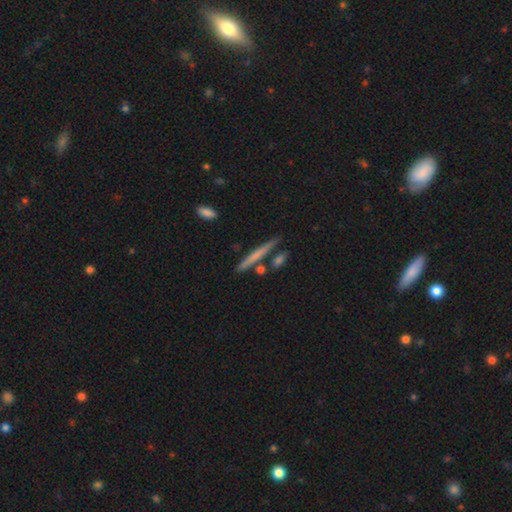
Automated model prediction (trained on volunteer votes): A smooth galaxy with no disk features (55%) that is cigar-shaped (94%). Merging: none (78%).